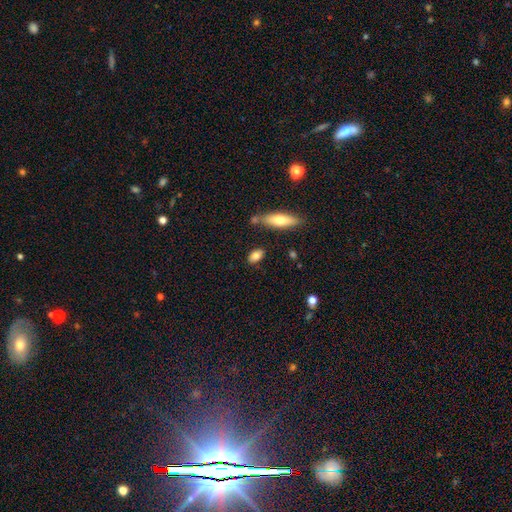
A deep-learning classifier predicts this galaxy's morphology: A smooth galaxy with no disk features (80%) that is in between round and cigar-shaped (84%).

Vote fractions:
- Smooth or featured? smooth: 80% / featured or disk: 12% / star or artifact: 8%
- How rounded? in between: 84% / cigar-shaped: 9% / round: 7%
- Merging? none: 78% / minor disturbance: 12% / merger: 7% / major disturbance: 3%